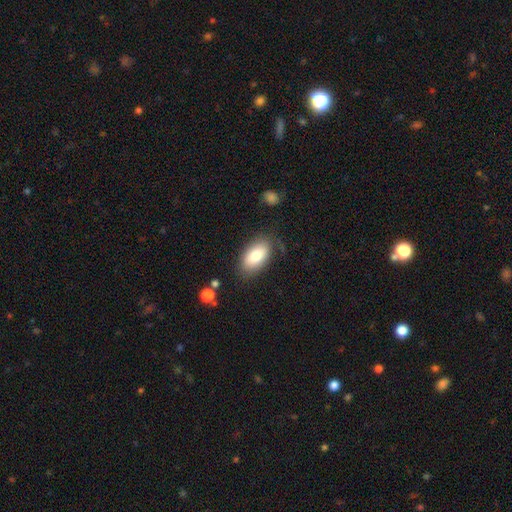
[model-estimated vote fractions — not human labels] A smooth galaxy with no disk features (81%) that is in between round and cigar-shaped (93%). Merging: none (76%).